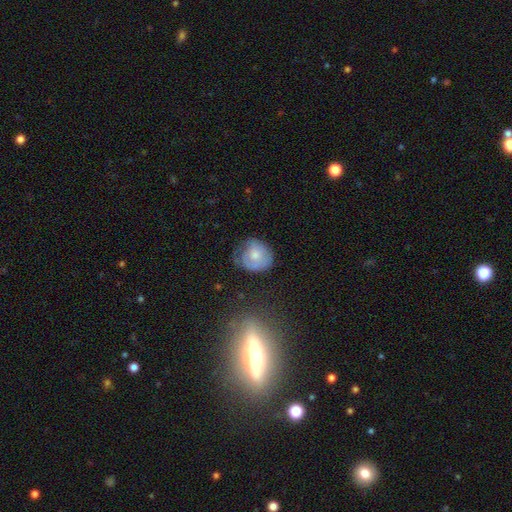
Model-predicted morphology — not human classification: Q: Smooth or featured?
A: smooth (60%); runner-up: featured or disk (32%)
Q: How rounded?
A: round (75%); runner-up: in between (24%)
Q: Merging?
A: none (52%); runner-up: minor disturbance (32%)